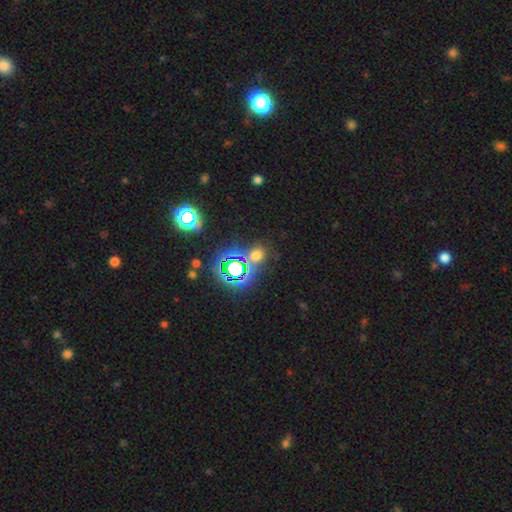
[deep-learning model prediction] A smooth galaxy with no disk features (47%).

Vote fractions:
- Smooth or featured? smooth: 47% / star or artifact: 45% / featured or disk: 8%
- Merging? none: 70% / merger: 14% / minor disturbance: 11% / major disturbance: 5%